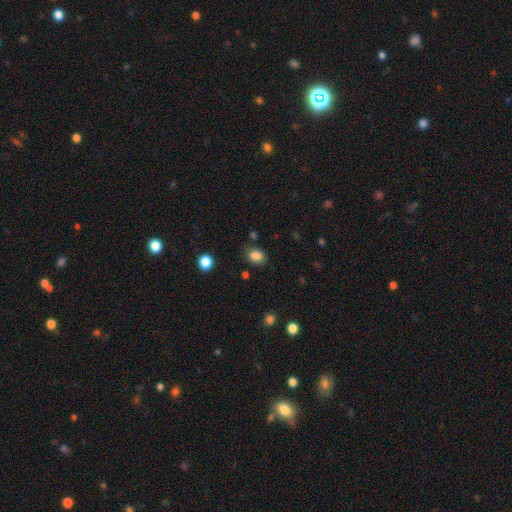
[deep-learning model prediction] Smooth or featured?
  - smooth: 85% *
  - star or artifact: 10%
  - featured or disk: 5%
How rounded?
  - in between: 76% *
  - round: 23%
  - cigar-shaped: 1%
Merging?
  - none: 79% *
  - minor disturbance: 14%
  - major disturbance: 4%
  - merger: 3%